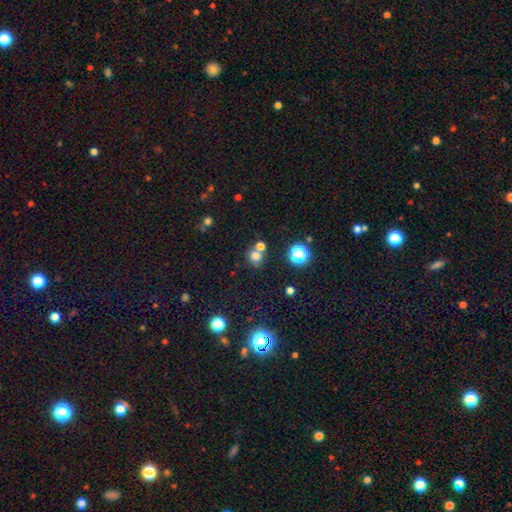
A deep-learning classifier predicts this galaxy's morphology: Smooth or featured?
  - smooth: 72% *
  - star or artifact: 20%
  - featured or disk: 8%
How rounded?
  - round: 81% *
  - in between: 18%
  - cigar-shaped: 1%
Merging?
  - none: 58% *
  - merger: 29%
  - minor disturbance: 9%
  - major disturbance: 4%